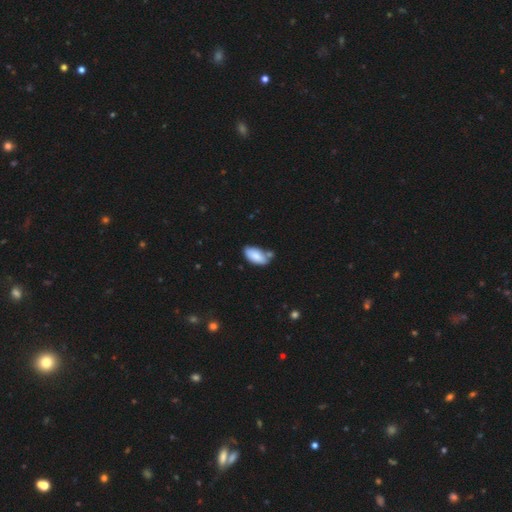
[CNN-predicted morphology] This is clearly a smooth galaxy (85%). How rounded: clearly in between (93%). Merging: possibly none (58%).